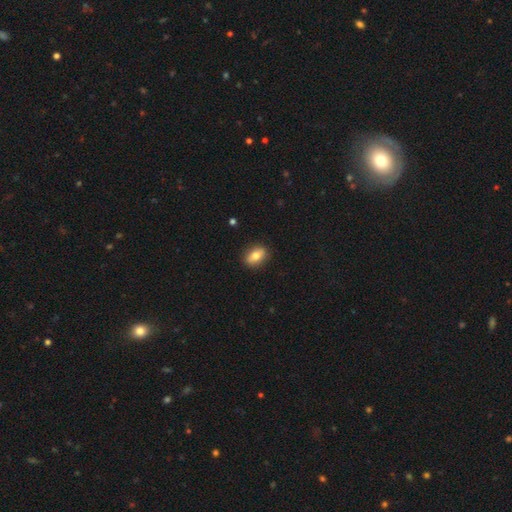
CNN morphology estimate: This appears to be a smooth galaxy with no disk features (72%) that is in between round and cigar-shaped (76%). Merging: none (88%).